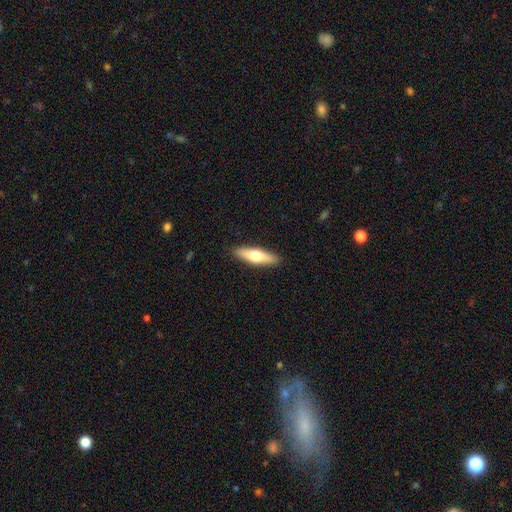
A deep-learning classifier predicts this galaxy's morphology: Smooth or featured: smooth — 58% (featured or disk — 36%)
How rounded: cigar-shaped — 68% (in between — 30%)
Merging: none — 90% (minor disturbance — 7%)